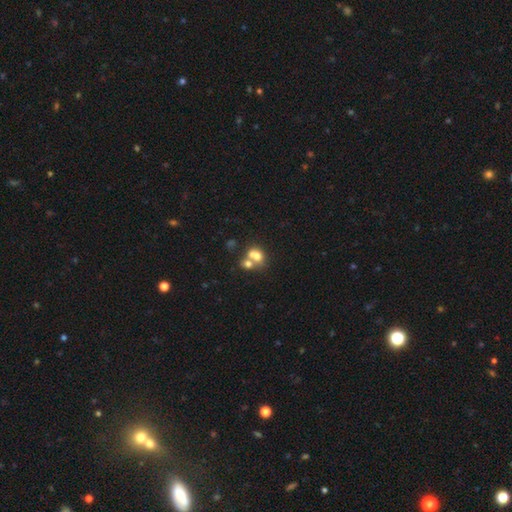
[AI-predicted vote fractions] A smooth galaxy with no disk features (66%) that is in between round and cigar-shaped (50%). Merging: merger (62%).